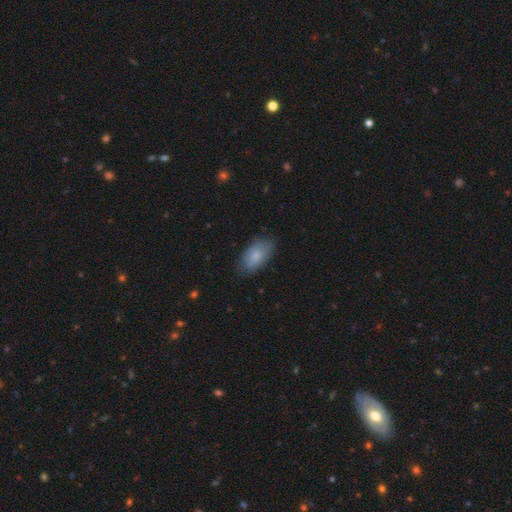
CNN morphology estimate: This appears to be a smooth galaxy with no disk features (82%) that is in between round and cigar-shaped (93%). Merging: none (78%).